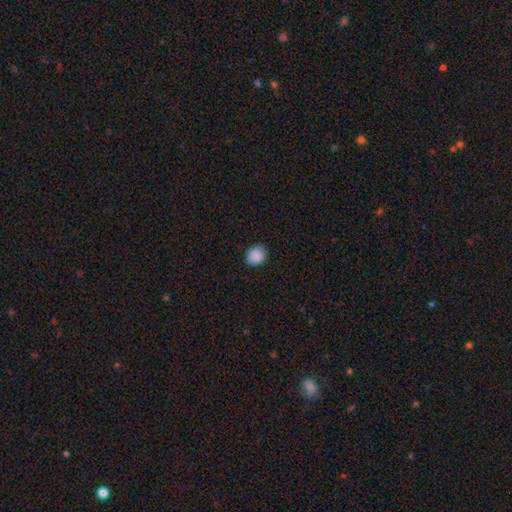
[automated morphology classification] This is clearly a smooth galaxy (88%). How rounded: likely round (62%). Merging: clearly none (84%).